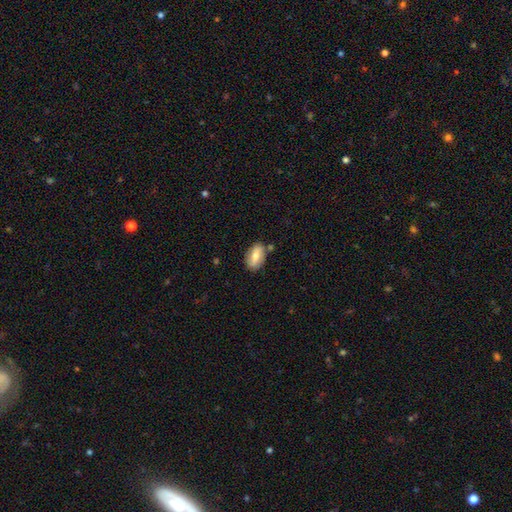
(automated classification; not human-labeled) Smooth or featured: smooth — 64% (featured or disk — 29%)
How rounded: in between — 90% (round — 7%)
Merging: none — 76% (minor disturbance — 16%)